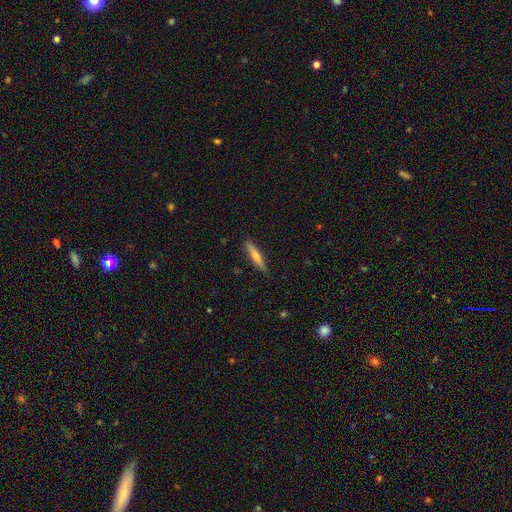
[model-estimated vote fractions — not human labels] The model was most divided on "smooth or featured": smooth: 57%, featured or disk: 36%, star or artifact: 6%. More confident: how rounded — cigar-shaped (87%); merging — none (86%).